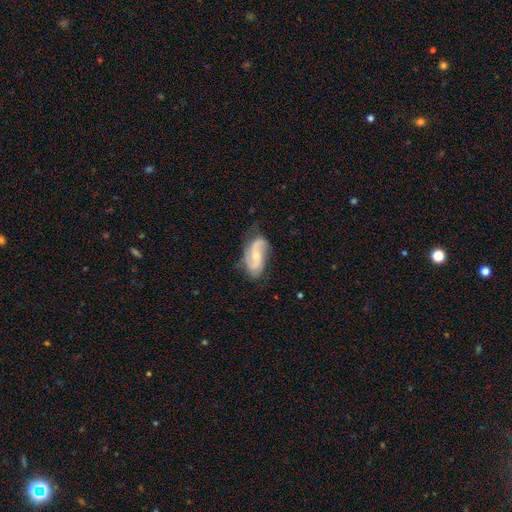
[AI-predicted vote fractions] Smooth or featured? Predicted: featured or disk (p=0.79). Edge-on disk? Predicted: no (p=0.96). Bar? Predicted: no (p=0.49). Spiral arms? Predicted: yes (p=0.95). Spiral winding? Predicted: medium (p=0.44). Spiral arm count? Predicted: 2 (p=0.83). Bulge size? Predicted: small (p=0.50). Merging? Predicted: none (p=0.66).